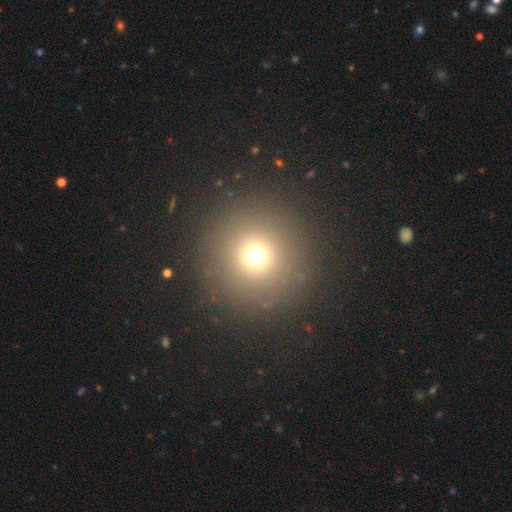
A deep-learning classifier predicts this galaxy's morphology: smooth-or-featured: smooth: 69% | star or artifact: 22% | featured or disk: 9%
  how-rounded: round: 96% | in between: 3% | cigar-shaped: 1%
  merging: none: 89% | minor disturbance: 6% | major disturbance: 4% | merger: 2%